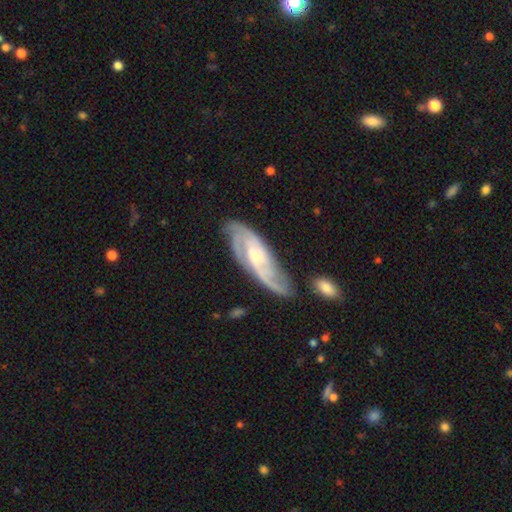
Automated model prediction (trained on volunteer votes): Smooth or featured? Predicted: featured or disk (p=0.85). Edge-on disk? Predicted: no (p=0.90). Bar? Predicted: no (p=0.47). Spiral arms? Predicted: yes (p=0.97). Spiral winding? Predicted: medium (p=0.44, tied with tight). Spiral arm count? Predicted: 2 (p=0.38). Bulge size? Predicted: small (p=0.46). Merging? Predicted: none (p=0.70).